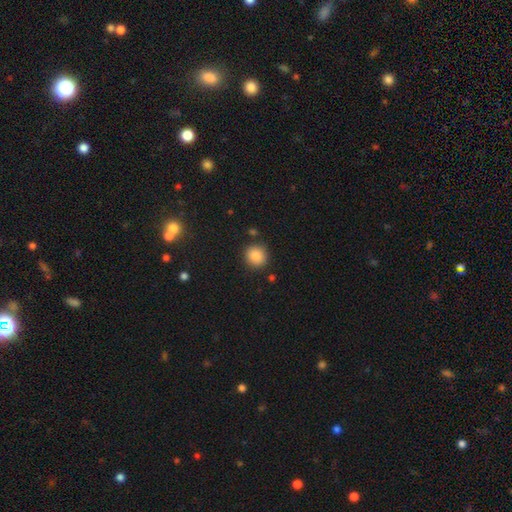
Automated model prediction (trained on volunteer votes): Smooth or featured? Predicted: smooth (p=0.85). How rounded? Predicted: round (p=0.90). Merging? Predicted: none (p=0.86).